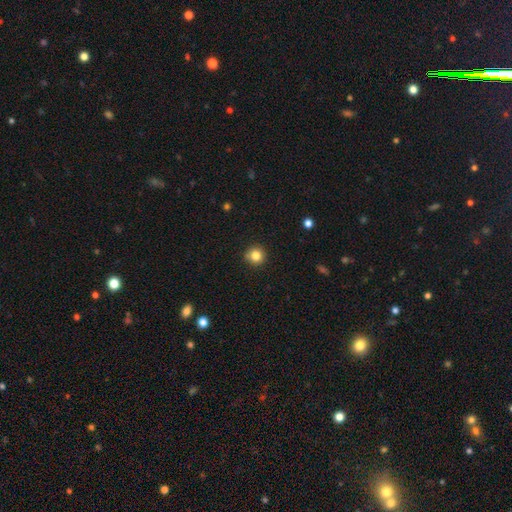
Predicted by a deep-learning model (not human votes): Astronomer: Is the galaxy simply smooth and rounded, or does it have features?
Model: smooth — 83%.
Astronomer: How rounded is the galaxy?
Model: round — 94%.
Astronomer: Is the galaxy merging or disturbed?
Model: none — 90%.